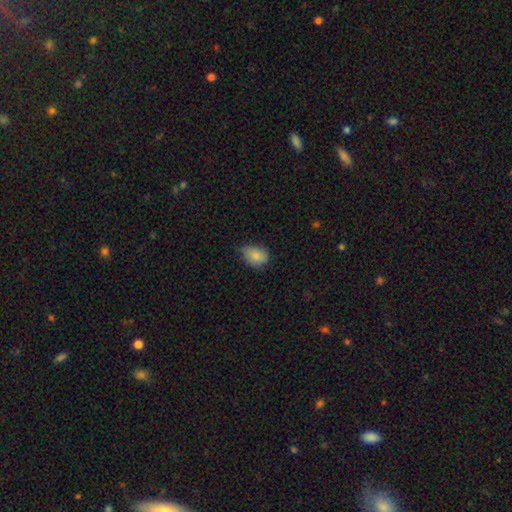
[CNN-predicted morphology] This is clearly a smooth galaxy (82%). How rounded: likely in between (74%). Merging: possibly none (55%).